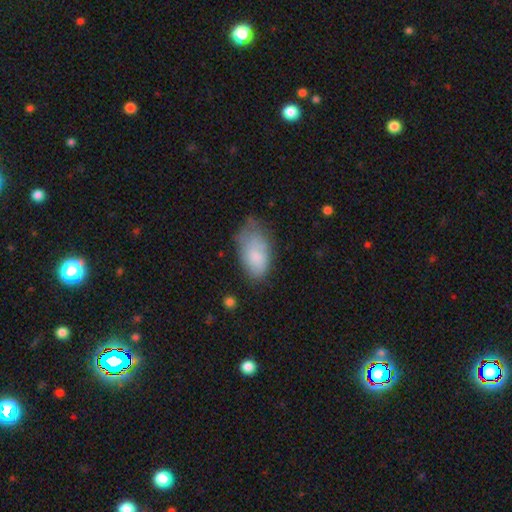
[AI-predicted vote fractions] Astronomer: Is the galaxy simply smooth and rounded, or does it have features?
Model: smooth — 76%.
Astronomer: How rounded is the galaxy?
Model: in between — 93%.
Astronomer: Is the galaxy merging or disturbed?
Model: none — 40% (runner-up: minor disturbance, 38%).